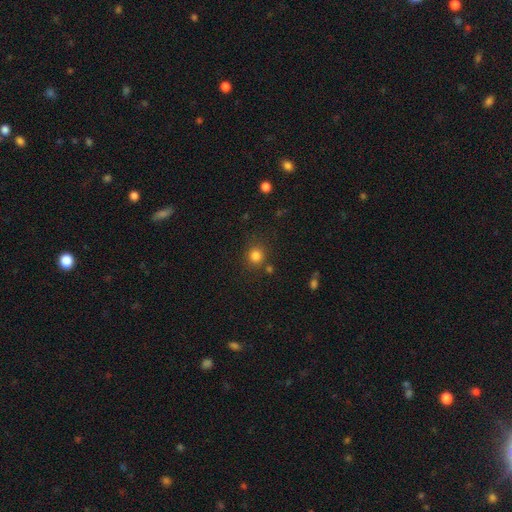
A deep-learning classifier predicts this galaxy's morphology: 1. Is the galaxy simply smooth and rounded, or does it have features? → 82% smooth, 13% star or artifact, 5% featured or disk.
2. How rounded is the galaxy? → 88% round, 11% in between, 1% cigar-shaped.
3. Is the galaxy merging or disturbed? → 80% none, 10% minor disturbance, 7% merger, 4% major disturbance.